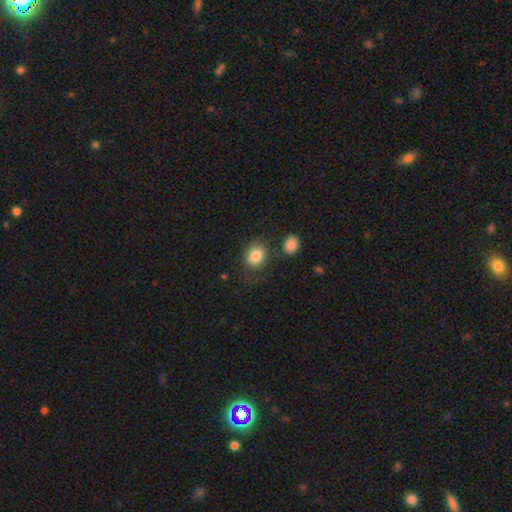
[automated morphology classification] type=smooth (84%); roundness=round (61%); merging=none (68%).